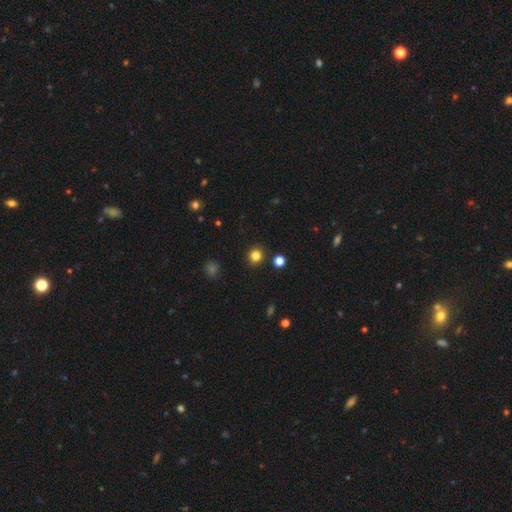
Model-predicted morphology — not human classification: A smooth galaxy with no disk features (82%) that is round (93%).

Vote fractions:
- Smooth or featured? smooth: 82% / star or artifact: 14% / featured or disk: 4%
- How rounded? round: 93% / in between: 6% / cigar-shaped: 1%
- Merging? none: 91% / minor disturbance: 5% / merger: 2% / major disturbance: 2%